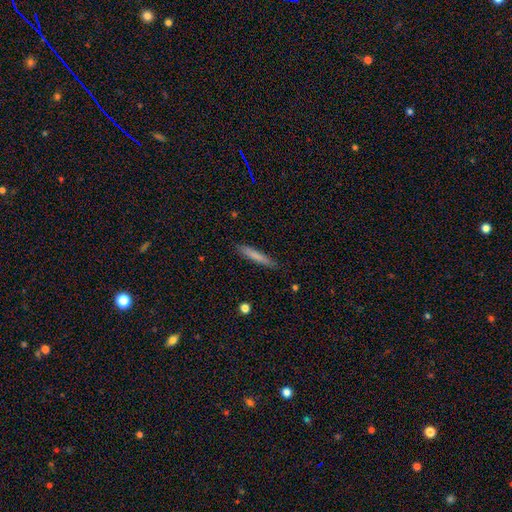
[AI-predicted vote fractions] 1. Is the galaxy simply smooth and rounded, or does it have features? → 75% smooth, 19% featured or disk, 6% star or artifact.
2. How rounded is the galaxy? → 94% cigar-shaped, 5% in between, 1% round.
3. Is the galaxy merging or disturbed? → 87% none, 10% minor disturbance, 2% major disturbance, 1% merger.